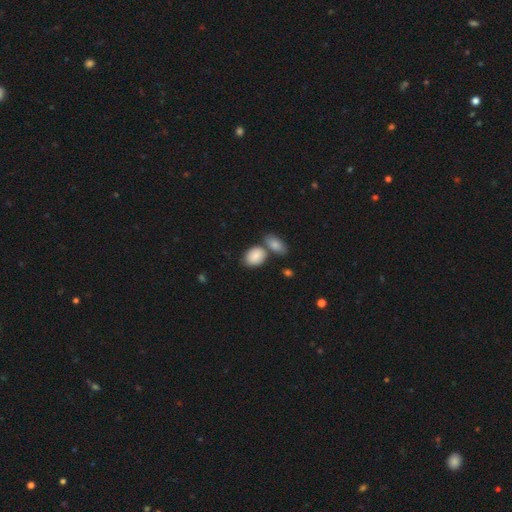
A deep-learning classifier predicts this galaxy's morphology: Smooth or featured?
  - smooth: 85% *
  - featured or disk: 8%
  - star or artifact: 7%
How rounded?
  - in between: 74% *
  - round: 25%
  - cigar-shaped: 2%
Merging?
  - none: 53% *
  - merger: 30%
  - minor disturbance: 14%
  - major disturbance: 4%